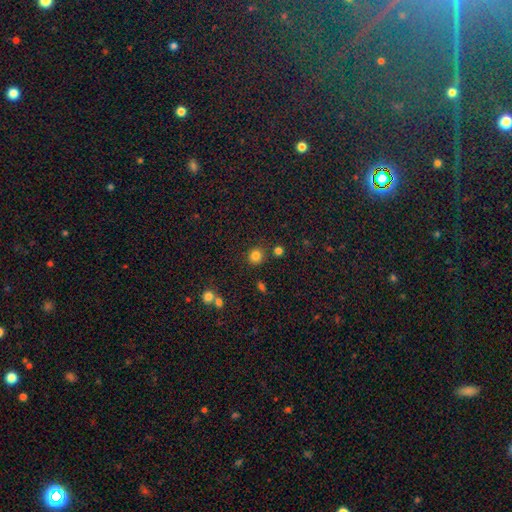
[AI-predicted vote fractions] A smooth galaxy with no disk features (82%) that is round (87%).

Vote fractions:
- Smooth or featured? smooth: 82% / star or artifact: 13% / featured or disk: 5%
- How rounded? round: 87% / in between: 12% / cigar-shaped: 1%
- Merging? none: 82% / minor disturbance: 8% / merger: 7% / major disturbance: 3%